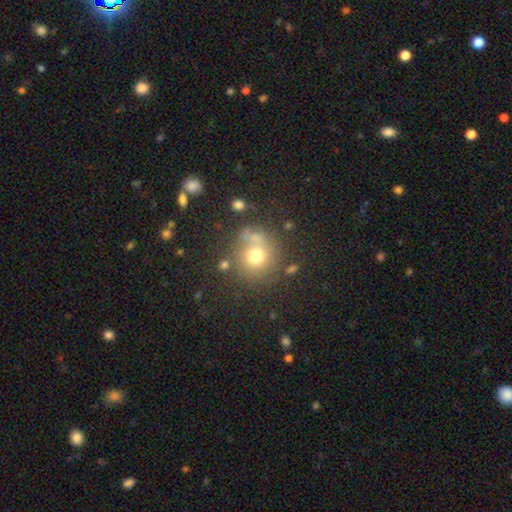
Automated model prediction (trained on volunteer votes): Q: Smooth or featured?
A: smooth (71%); runner-up: star or artifact (17%)
Q: How rounded?
A: round (89%); runner-up: in between (10%)
Q: Merging?
A: none (70%); runner-up: minor disturbance (12%)